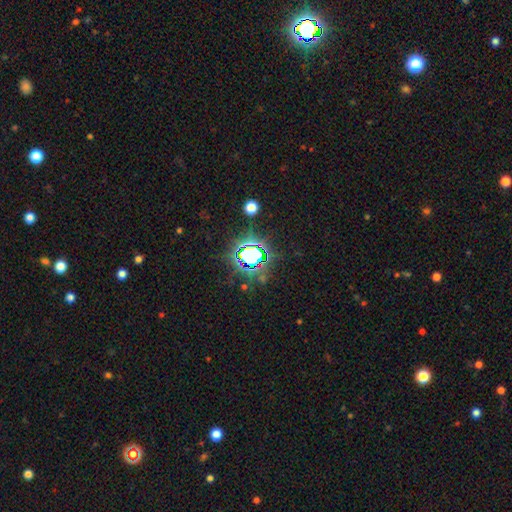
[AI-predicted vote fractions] Smooth or featured? Predicted: star or artifact (p=0.73).